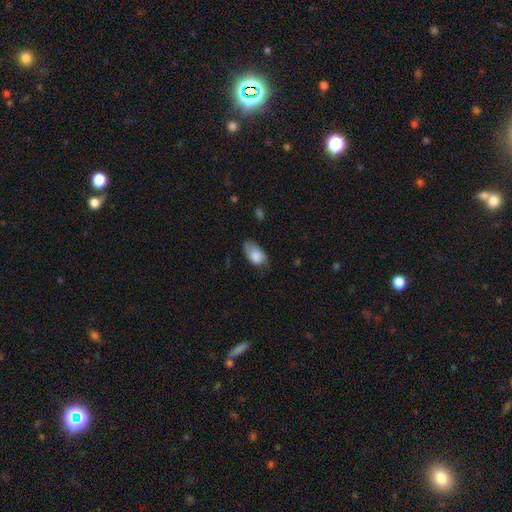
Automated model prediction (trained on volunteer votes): smooth-or-featured: smooth: 81% | featured or disk: 12% | star or artifact: 7%
  how-rounded: in between: 92% | round: 5% | cigar-shaped: 2%
  merging: none: 45% | minor disturbance: 40% | major disturbance: 13% | merger: 2%